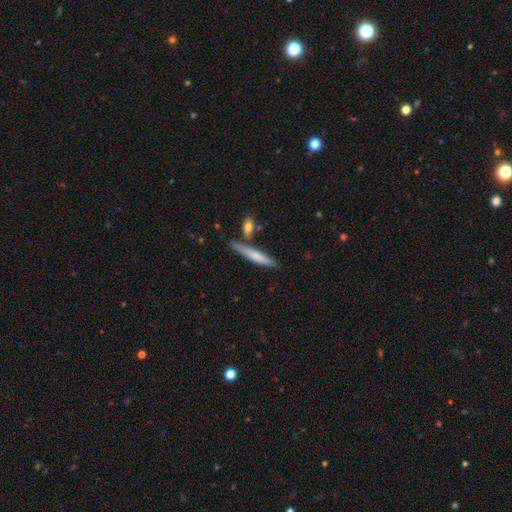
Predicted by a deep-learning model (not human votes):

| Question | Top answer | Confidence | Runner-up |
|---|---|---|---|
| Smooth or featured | smooth | 62% | featured or disk (33%) |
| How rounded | cigar-shaped | 90% | in between (8%) |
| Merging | none | 72% | minor disturbance (14%) |